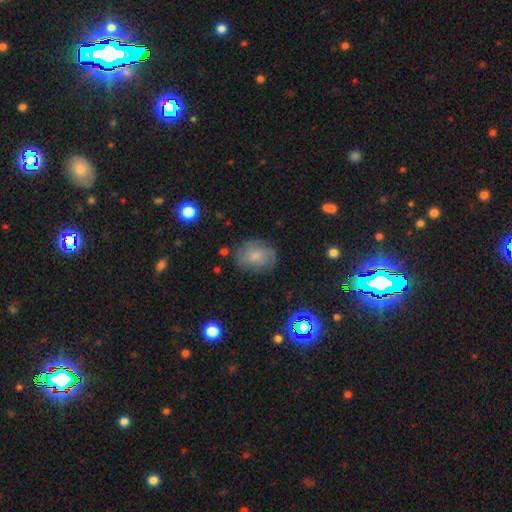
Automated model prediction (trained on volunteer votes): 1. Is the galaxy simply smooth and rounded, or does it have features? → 52% smooth, 36% featured or disk, 12% star or artifact.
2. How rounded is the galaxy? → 50% in between, 49% round, 1% cigar-shaped.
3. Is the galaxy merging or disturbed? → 71% none, 20% minor disturbance, 7% major disturbance, 2% merger.